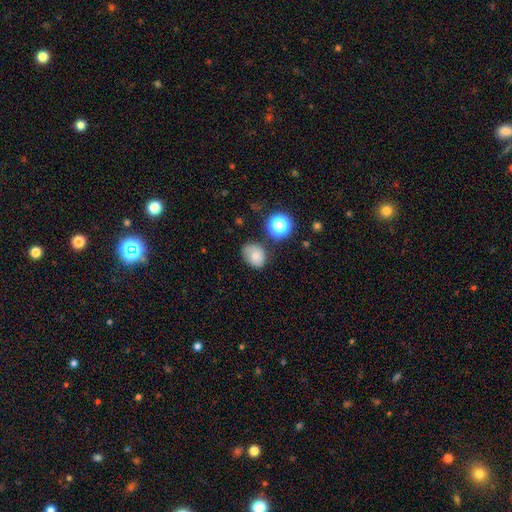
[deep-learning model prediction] Q: Smooth or featured?
A: smooth (71%); runner-up: featured or disk (17%)
Q: How rounded?
A: in between (58%); runner-up: round (41%)
Q: Merging?
A: none (57%); runner-up: minor disturbance (30%)